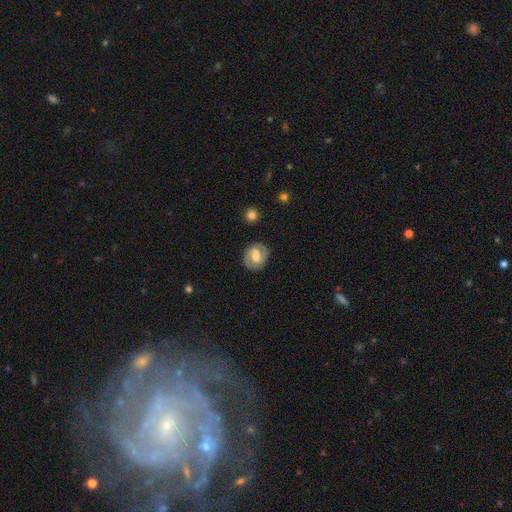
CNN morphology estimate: A featured or disk galaxy (57%) with a weak bar (49%), spiral arms (73%) and a moderate central bulge (58%).

Vote fractions:
- Smooth or featured? featured or disk: 57% / smooth: 36% / star or artifact: 7%
- Edge-on disk? no: 97% / yes: 3%
- Bar? weak: 49% / strong: 27% / no: 24%
- Spiral arms? yes: 73% / no: 27%
- Bulge size? moderate: 58% / large: 20% / small: 17% / none: 4% / dominant: 2%
- Merging? none: 85% / minor disturbance: 10% / major disturbance: 3% / merger: 1%